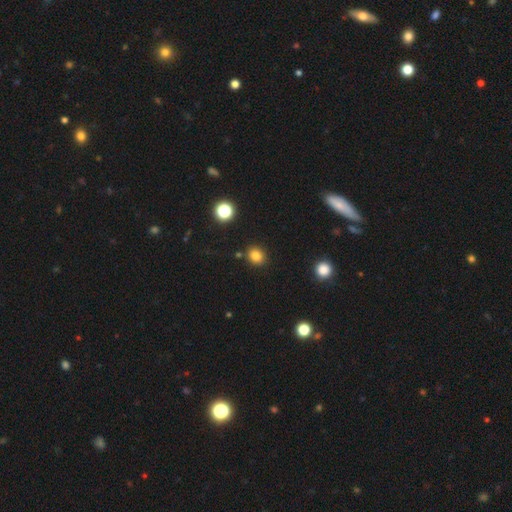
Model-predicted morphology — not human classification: smooth_or_featured: smooth (p=0.82) [alt: star or artifact p=0.13]
how_rounded: round (p=0.71) [alt: in between p=0.28]
merging: none (p=0.86) [alt: minor disturbance p=0.08]